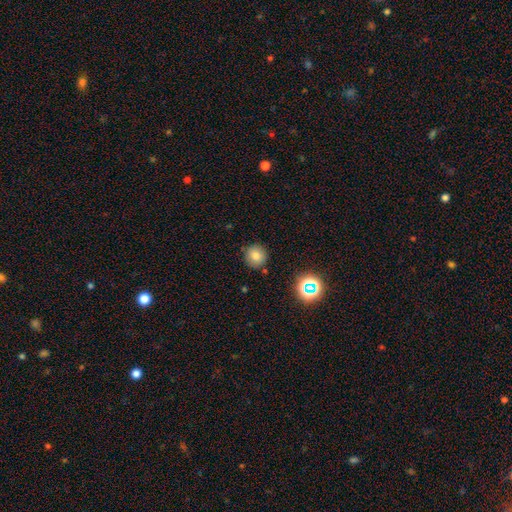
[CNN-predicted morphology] A smooth galaxy with no disk features (76%) that is round (93%). Merging: none (87%).